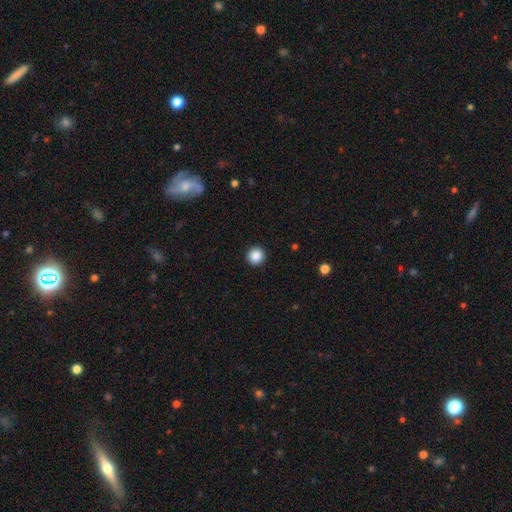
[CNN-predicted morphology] smooth_or_featured: smooth (p=0.88) [alt: star or artifact p=0.10]
how_rounded: round (p=0.96) [alt: in between p=0.03]
merging: none (p=0.93) [alt: minor disturbance p=0.04]